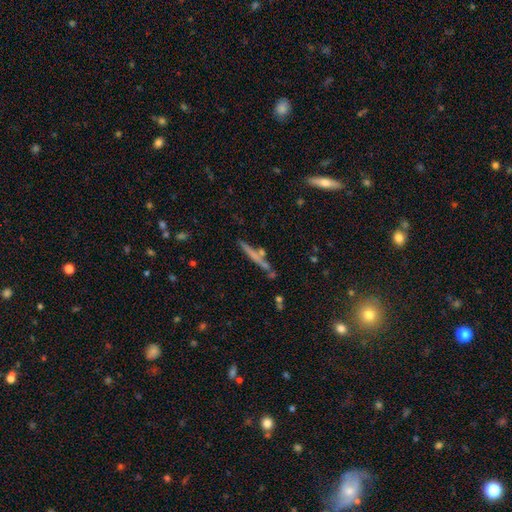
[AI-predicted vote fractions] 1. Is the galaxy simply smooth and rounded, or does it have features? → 46% featured or disk (tied), 46% smooth (tied), 8% star or artifact.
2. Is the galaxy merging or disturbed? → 78% none, 11% minor disturbance, 8% merger, 3% major disturbance.